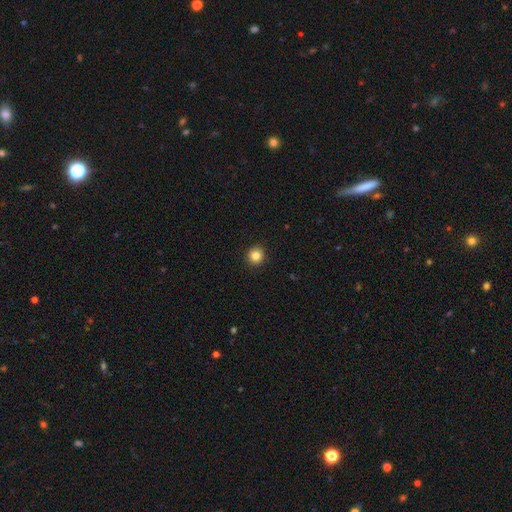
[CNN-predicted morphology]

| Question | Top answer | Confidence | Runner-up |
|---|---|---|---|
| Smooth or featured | smooth | 85% | star or artifact (11%) |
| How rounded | round | 91% | in between (8%) |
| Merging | none | 92% | minor disturbance (5%) |